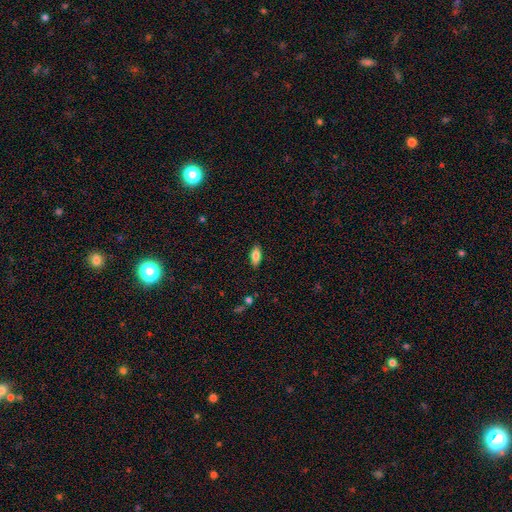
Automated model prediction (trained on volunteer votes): smooth_or_featured: smooth (p=0.77) [alt: featured or disk p=0.15]
how_rounded: in between (p=0.81) [alt: cigar-shaped p=0.16]
merging: none (p=0.86) [alt: minor disturbance p=0.10]